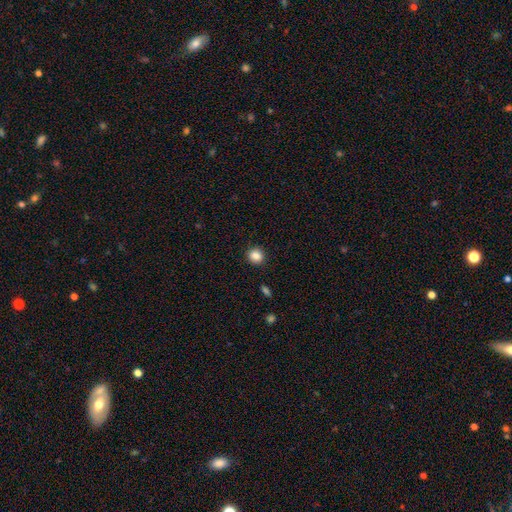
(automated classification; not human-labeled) Smooth or featured? Predicted: smooth (p=0.86). How rounded? Predicted: round (p=0.82). Merging? Predicted: none (p=0.91).